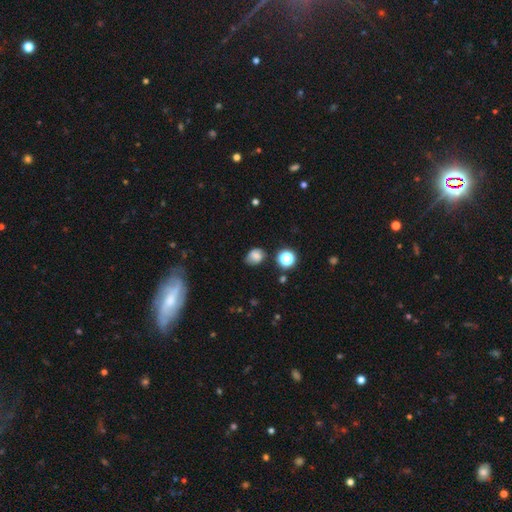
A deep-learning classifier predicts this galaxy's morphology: smooth-or-featured: smooth: 77% | star or artifact: 14% | featured or disk: 10%
  how-rounded: in between: 55% | round: 44% | cigar-shaped: 1%
  merging: none: 65% | minor disturbance: 25% | major disturbance: 6% | merger: 4%